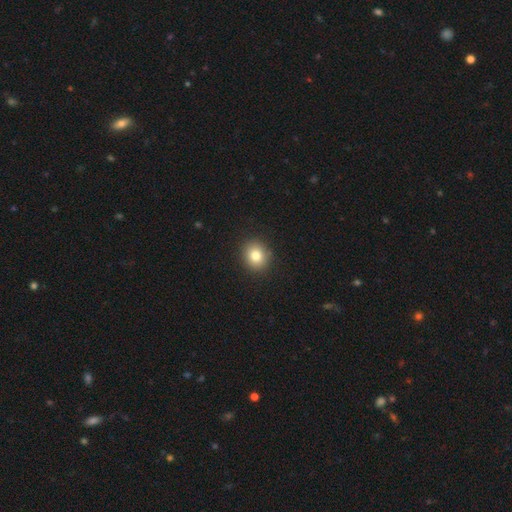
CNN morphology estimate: type=smooth (81%); roundness=round (77%); merging=none (91%).